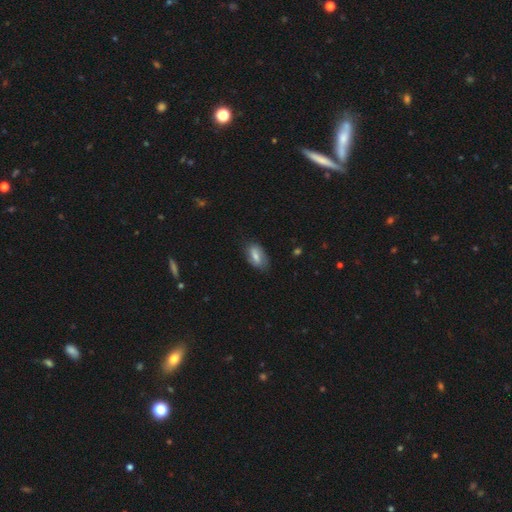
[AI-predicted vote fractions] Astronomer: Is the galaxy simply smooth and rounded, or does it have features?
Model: smooth — 58% (runner-up: featured or disk, 34%).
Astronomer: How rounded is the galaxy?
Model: in between — 89%.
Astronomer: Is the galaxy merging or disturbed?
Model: none — 72%.